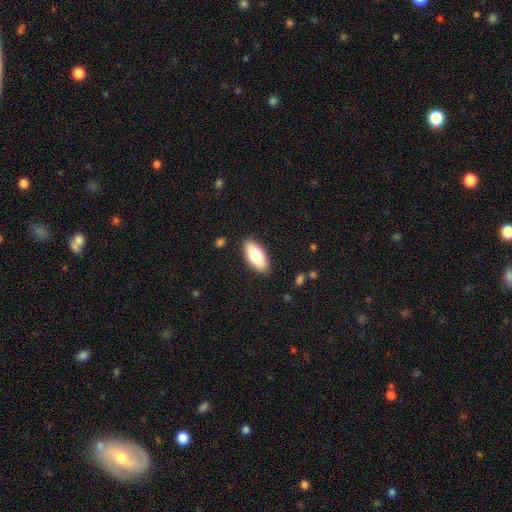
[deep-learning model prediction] The model was most divided on "smooth or featured": smooth: 77%, featured or disk: 17%, star or artifact: 6%. More confident: merging — none (88%); how rounded — in between (85%).